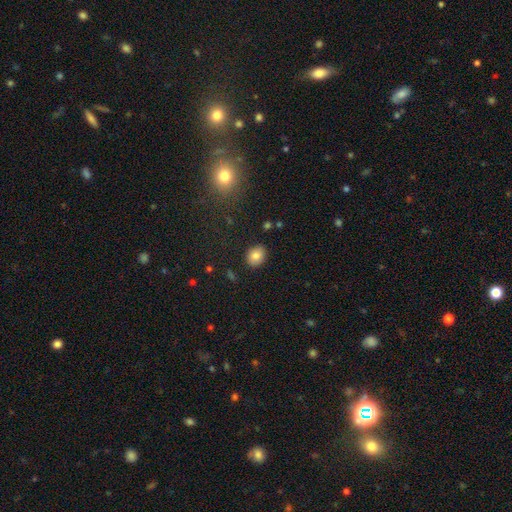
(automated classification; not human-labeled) Smooth or featured?
  - smooth: 83% *
  - star or artifact: 9%
  - featured or disk: 8%
How rounded?
  - in between: 54% *
  - round: 45%
  - cigar-shaped: 1%
Merging?
  - none: 87% *
  - minor disturbance: 9%
  - major disturbance: 2%
  - merger: 2%